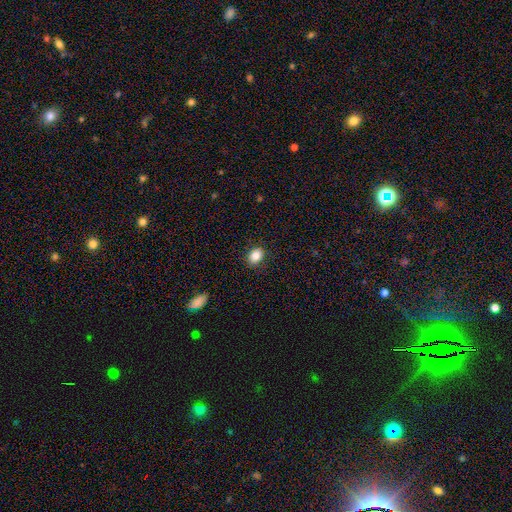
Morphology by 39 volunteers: Smooth or featured? smooth (87%)
How rounded? in between (88%)
Merging? none (86%)